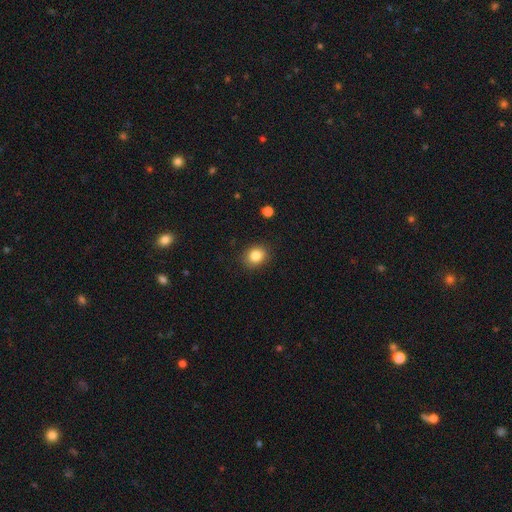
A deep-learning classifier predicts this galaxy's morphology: A smooth galaxy with no disk features (84%) that is round (63%).

Vote fractions:
- Smooth or featured? smooth: 84% / star or artifact: 10% / featured or disk: 6%
- How rounded? round: 63% / in between: 37% / cigar-shaped: 1%
- Merging? none: 87% / minor disturbance: 9% / major disturbance: 2% / merger: 1%